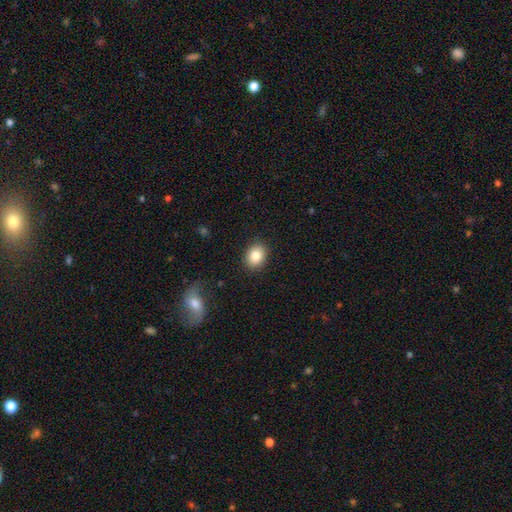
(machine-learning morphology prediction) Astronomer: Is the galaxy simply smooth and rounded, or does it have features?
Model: smooth — 84%.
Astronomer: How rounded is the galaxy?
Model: in between — 57% (runner-up: round, 42%).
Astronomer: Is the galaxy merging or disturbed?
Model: none — 89%.